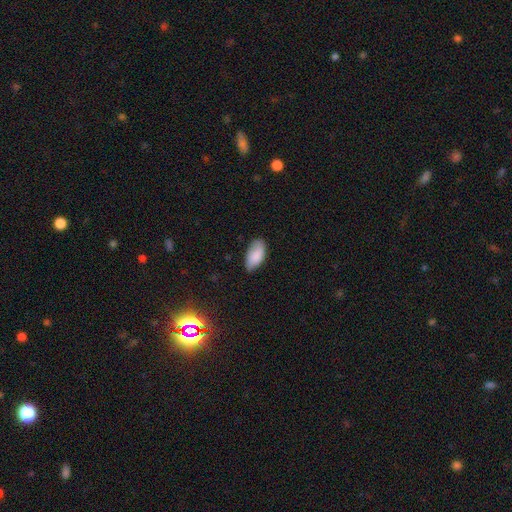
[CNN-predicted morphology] smooth-or-featured: smooth: 85% | featured or disk: 9% | star or artifact: 7%
  how-rounded: in between: 94% | cigar-shaped: 3% | round: 3%
  merging: none: 68% | minor disturbance: 26% | major disturbance: 4% | merger: 1%